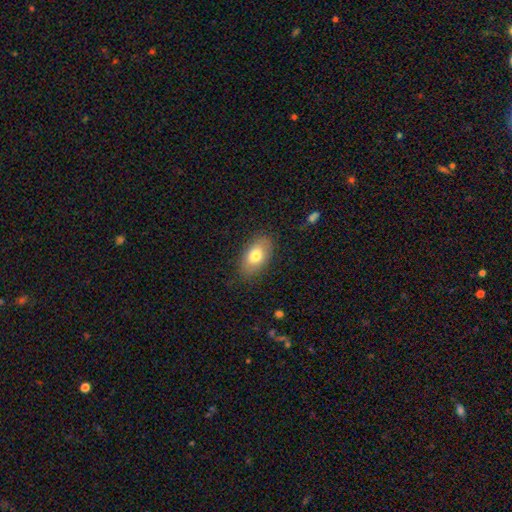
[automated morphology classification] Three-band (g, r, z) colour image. It shows a smooth galaxy with no disk features (77%) that is in between round and cigar-shaped (91%). Merging: none (82%).